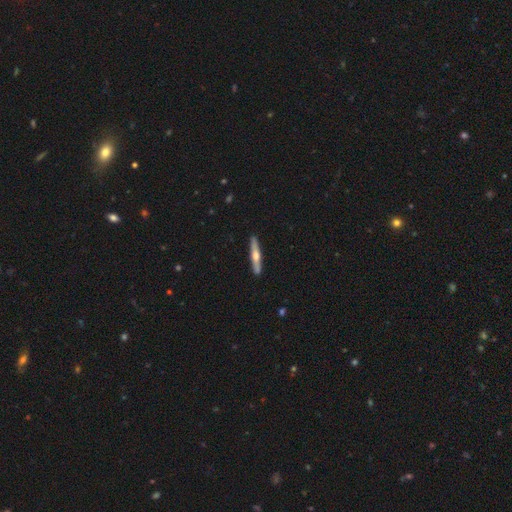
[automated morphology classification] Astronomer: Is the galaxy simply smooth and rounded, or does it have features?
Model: featured or disk — 56% (runner-up: smooth, 39%).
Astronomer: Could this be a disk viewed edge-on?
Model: yes — 95%.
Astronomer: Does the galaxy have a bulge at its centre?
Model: rounded — 89%.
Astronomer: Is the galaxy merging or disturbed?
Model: none — 90%.